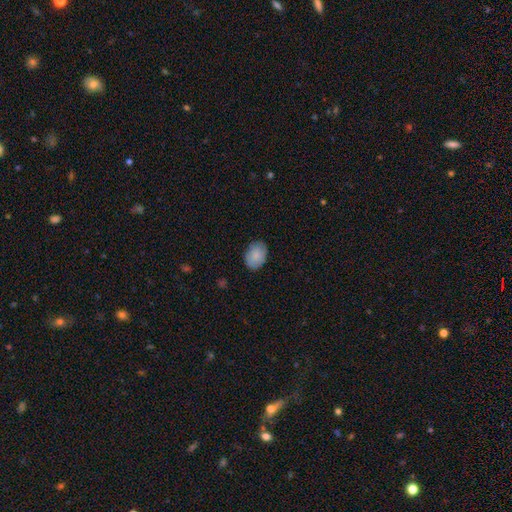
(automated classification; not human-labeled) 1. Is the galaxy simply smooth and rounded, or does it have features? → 83% smooth, 11% featured or disk, 6% star or artifact.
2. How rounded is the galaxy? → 76% in between, 23% round, 1% cigar-shaped.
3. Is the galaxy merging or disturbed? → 82% none, 14% minor disturbance, 3% major disturbance, 1% merger.